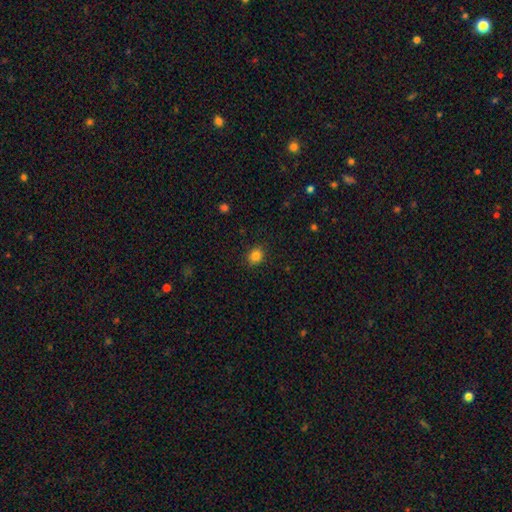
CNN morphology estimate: smooth 84%, star or artifact 11%, featured or disk 4%. Down the decision tree: how rounded — round (61%); merging — none (88%).